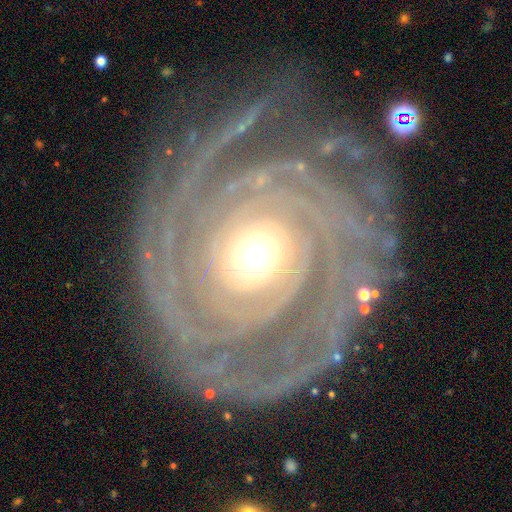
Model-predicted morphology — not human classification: A featured or disk galaxy (93%) with no bar (76%), 2 (21%) tight (84%) spiral arms (98%) and a moderate central bulge (66%).

Vote fractions:
- Smooth or featured? featured or disk: 93% / star or artifact: 4% / smooth: 3%
- Edge-on disk? no: 97% / yes: 3%
- Bar? no: 76% / weak: 14% / strong: 10%
- Spiral arms? yes: 98% / no: 2%
- Spiral winding? tight: 84% / medium: 13% / loose: 3%
- Spiral arm count? 2: 21% / 3: 19% / can't tell: 17% / 4: 17% / more than 4: 16% / 1: 10%
- Bulge size? moderate: 66% / small: 22% / large: 10% / dominant: 1% / none: 1%
- Merging? none: 75% / minor disturbance: 15% / major disturbance: 8% / merger: 2%